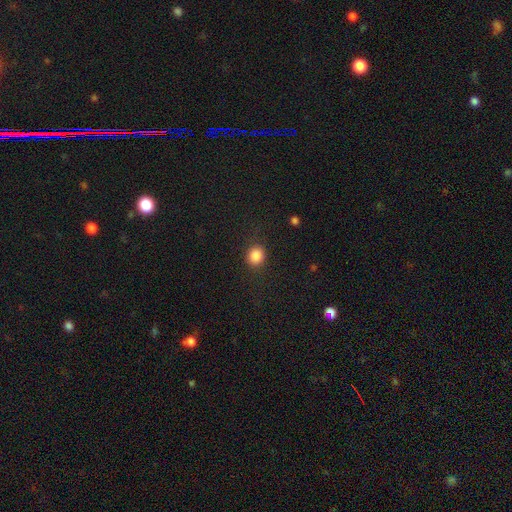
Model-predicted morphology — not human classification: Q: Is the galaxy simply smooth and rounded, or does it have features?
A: smooth — 86%.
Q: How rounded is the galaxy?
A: round — 80%.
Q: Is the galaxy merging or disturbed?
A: none — 86%.